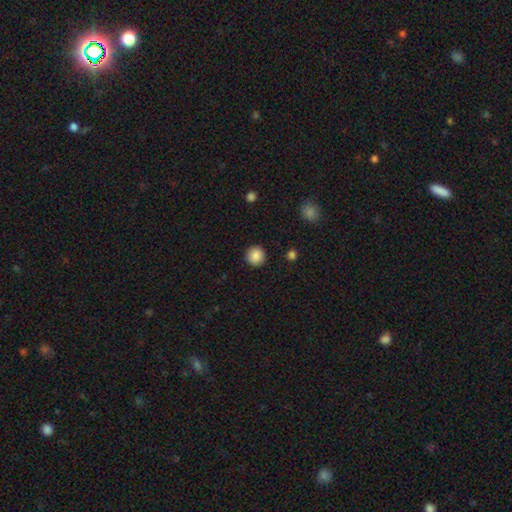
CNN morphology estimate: The model was most divided on "smooth or featured": smooth: 88%, star or artifact: 9%, featured or disk: 4%. More confident: how rounded — round (94%); merging — none (92%).